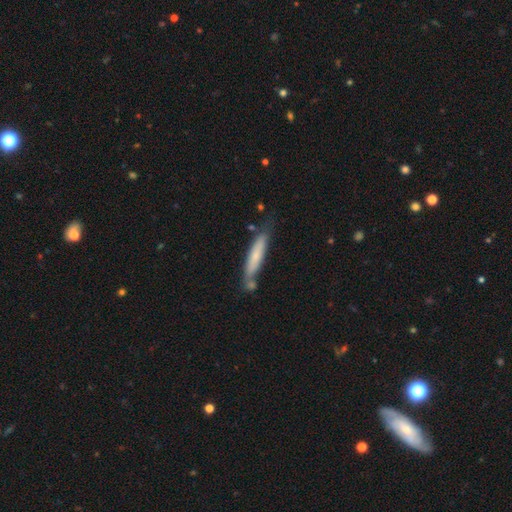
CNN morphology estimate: A smooth galaxy with no disk features (66%) that is cigar-shaped (88%). Merging: none (63%).